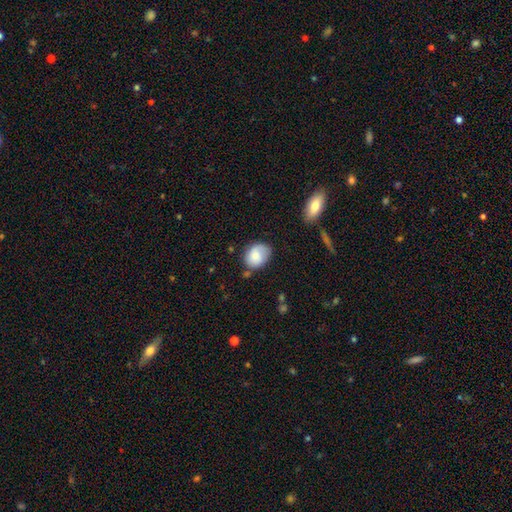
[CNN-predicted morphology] smooth 76%, featured or disk 16%, star or artifact 7%. Down the decision tree: how rounded — in between (60%); merging — none (62%).